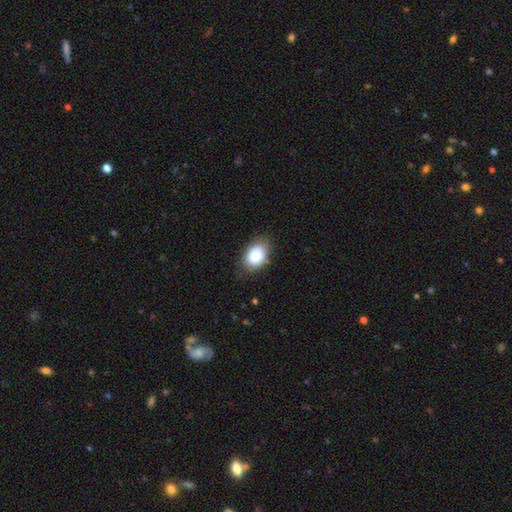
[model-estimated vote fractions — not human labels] A smooth galaxy with no disk features (86%) that is in between round and cigar-shaped (84%).

Vote fractions:
- Smooth or featured? smooth: 86% / star or artifact: 7% / featured or disk: 7%
- How rounded? in between: 84% / round: 15% / cigar-shaped: 1%
- Merging? none: 76% / minor disturbance: 18% / major disturbance: 4% / merger: 1%